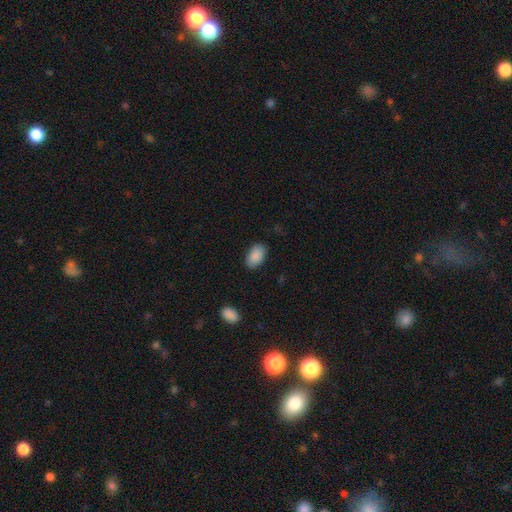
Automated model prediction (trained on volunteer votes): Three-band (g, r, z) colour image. It shows a smooth galaxy with no disk features (90%) that is in between round and cigar-shaped (92%). Merging: none (85%).